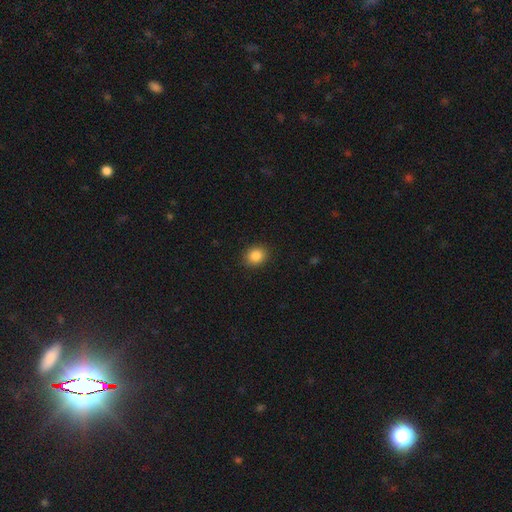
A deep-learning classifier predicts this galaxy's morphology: Q: Smooth or featured?
A: smooth (87%); runner-up: star or artifact (10%)
Q: How rounded?
A: round (66%); runner-up: in between (33%)
Q: Merging?
A: none (90%); runner-up: minor disturbance (7%)